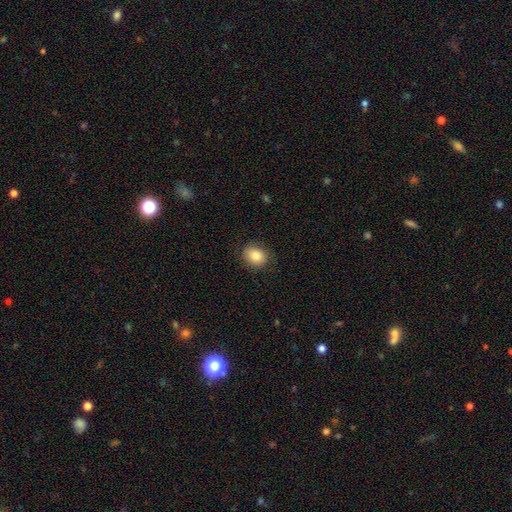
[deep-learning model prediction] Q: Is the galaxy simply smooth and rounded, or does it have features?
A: smooth — 84%.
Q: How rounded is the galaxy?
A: round — 65%.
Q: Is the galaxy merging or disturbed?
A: none — 86%.